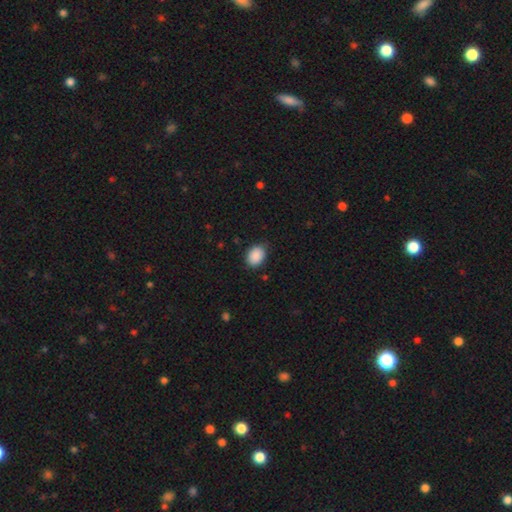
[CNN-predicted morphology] type=smooth (90%); roundness=in between (63%); merging=none (85%).